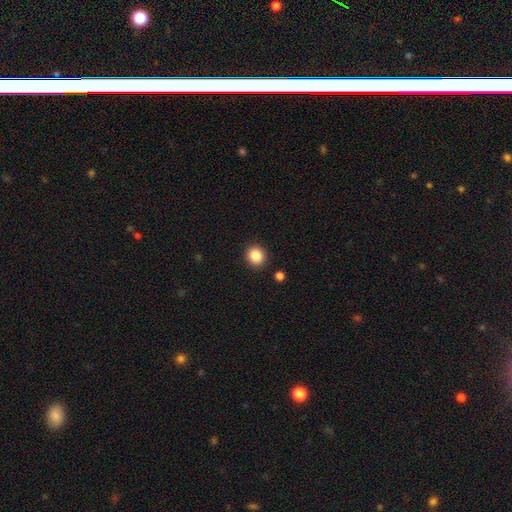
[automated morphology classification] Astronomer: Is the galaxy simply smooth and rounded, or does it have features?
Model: smooth — 86%.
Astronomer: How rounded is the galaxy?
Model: round — 85%.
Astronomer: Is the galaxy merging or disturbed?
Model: none — 90%.